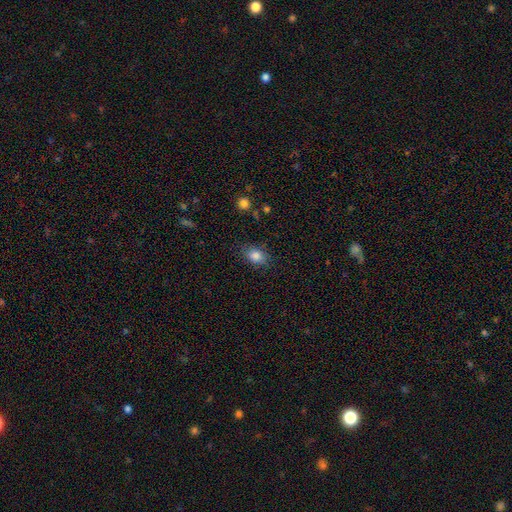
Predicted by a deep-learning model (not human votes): Smooth or featured? smooth (84%)
How rounded? in between (72%)
Merging? none (80%)